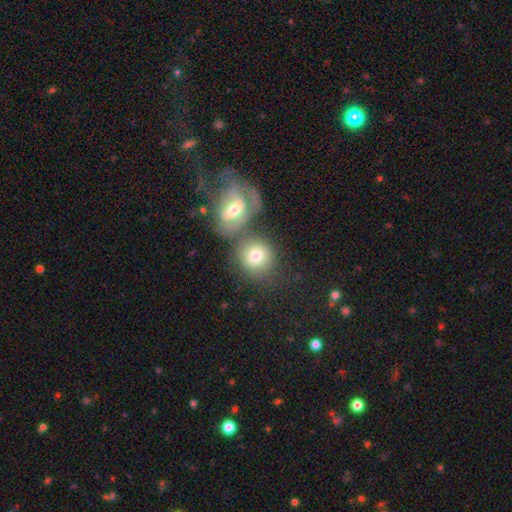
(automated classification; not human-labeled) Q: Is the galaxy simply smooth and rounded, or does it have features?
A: smooth — 70%.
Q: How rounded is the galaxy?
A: round — 75%.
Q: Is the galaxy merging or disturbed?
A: merger — 43%.